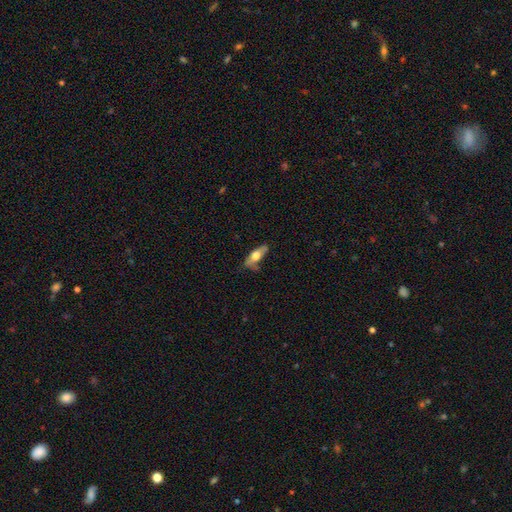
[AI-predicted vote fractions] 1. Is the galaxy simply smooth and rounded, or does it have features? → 55% smooth, 38% featured or disk, 6% star or artifact.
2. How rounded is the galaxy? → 69% in between, 27% cigar-shaped, 4% round.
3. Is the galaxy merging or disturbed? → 51% none, 31% minor disturbance, 14% major disturbance, 4% merger.